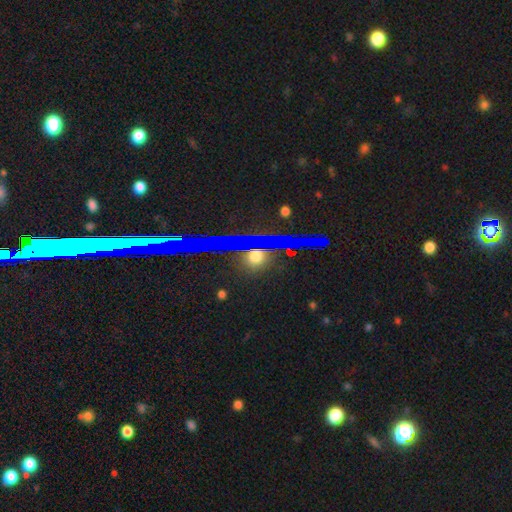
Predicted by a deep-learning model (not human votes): Smooth or featured? star or artifact (47%)